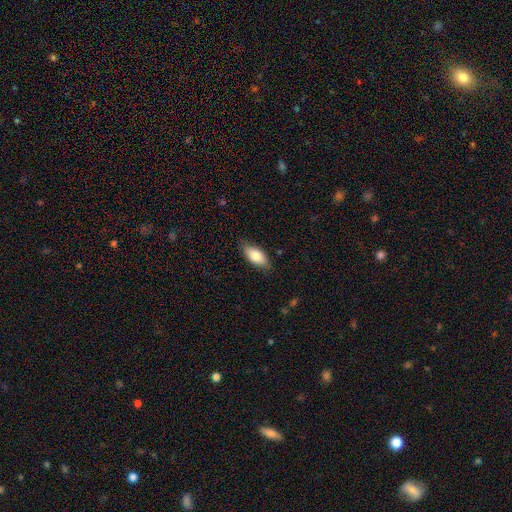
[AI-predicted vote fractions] Smooth or featured?
  - smooth: 80% *
  - featured or disk: 13%
  - star or artifact: 6%
How rounded?
  - in between: 89% *
  - cigar-shaped: 9%
  - round: 2%
Merging?
  - none: 82% *
  - minor disturbance: 15%
  - major disturbance: 3%
  - merger: 1%